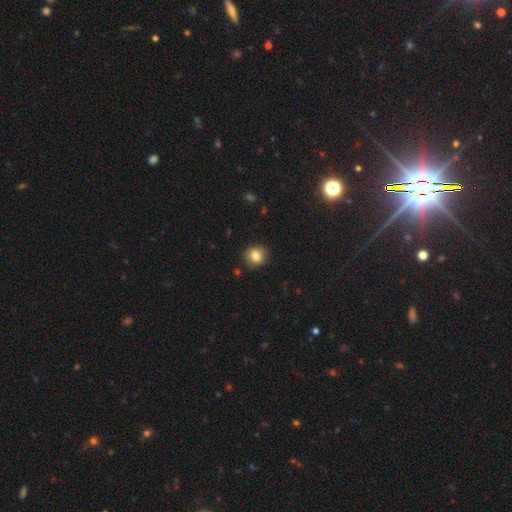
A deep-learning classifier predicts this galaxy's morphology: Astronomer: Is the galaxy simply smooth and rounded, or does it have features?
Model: smooth — 82%.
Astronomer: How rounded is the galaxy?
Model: round — 81%.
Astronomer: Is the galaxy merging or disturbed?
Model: none — 88%.